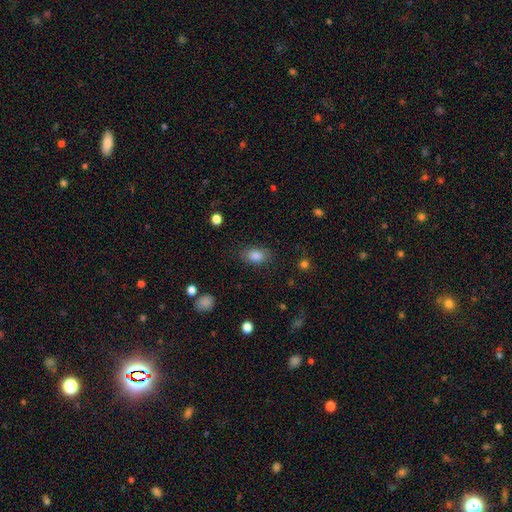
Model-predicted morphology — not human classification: A smooth galaxy with no disk features (85%) that is in between round and cigar-shaped (85%). Merging: none (82%).